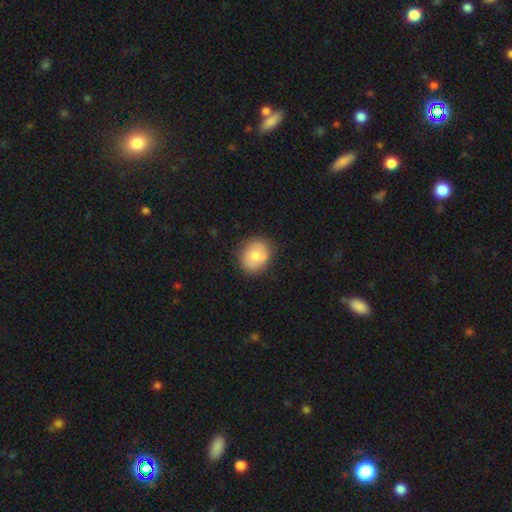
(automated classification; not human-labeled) A smooth galaxy with no disk features (72%) that is round (65%). Merging: none (82%).